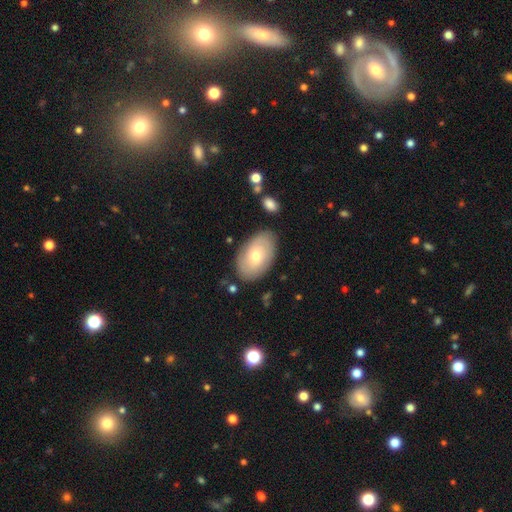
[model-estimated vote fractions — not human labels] This is possibly a smooth galaxy (56%). How rounded: clearly in between (92%). Merging: clearly none (81%).